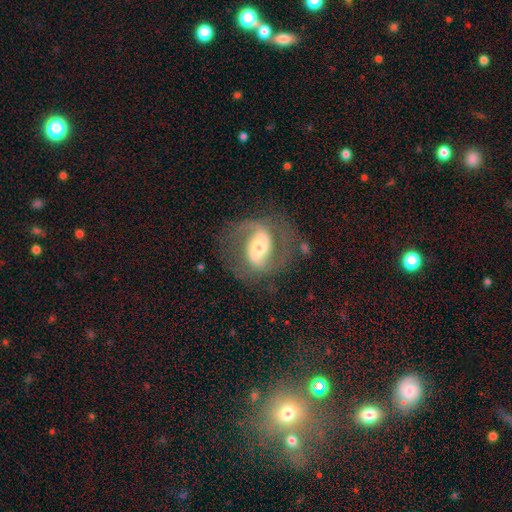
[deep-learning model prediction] A featured or disk galaxy (81%) with a strong bar (44%), 2 (88%) medium (53%) spiral arms (91%) and a moderate central bulge (50%).

Vote fractions:
- Smooth or featured? featured or disk: 81% / smooth: 12% / star or artifact: 7%
- Edge-on disk? no: 96% / yes: 4%
- Bar? strong: 44% / weak: 36% / no: 20%
- Spiral arms? yes: 91% / no: 9%
- Spiral winding? medium: 53% / loose: 28% / tight: 19%
- Spiral arm count? 2: 88% / can't tell: 5% / 1: 4% / 3: 1% / 4: 1% / more than 4: 1%
- Bulge size? moderate: 50% / small: 35% / large: 11% / dominant: 2% / none: 2%
- Merging? none: 71% / minor disturbance: 15% / major disturbance: 13% / merger: 2%